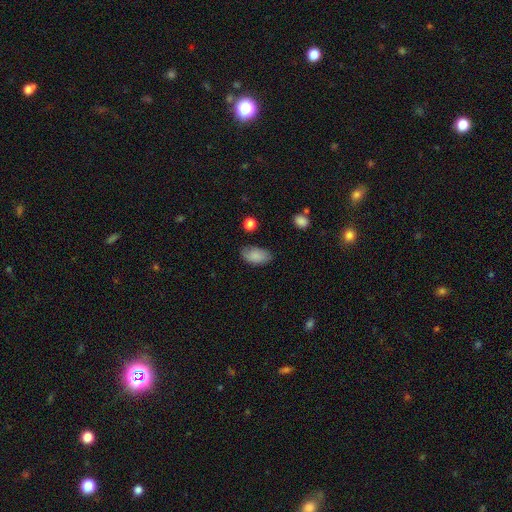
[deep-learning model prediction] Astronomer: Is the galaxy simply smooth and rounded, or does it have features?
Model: smooth — 84%.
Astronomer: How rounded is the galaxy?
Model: in between — 93%.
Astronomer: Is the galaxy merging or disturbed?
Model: none — 73%.